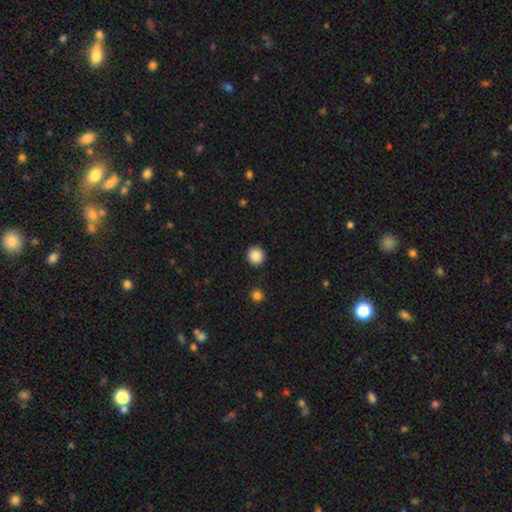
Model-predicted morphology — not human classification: This is clearly a smooth galaxy (87%). How rounded: clearly round (94%). Merging: clearly none (93%).